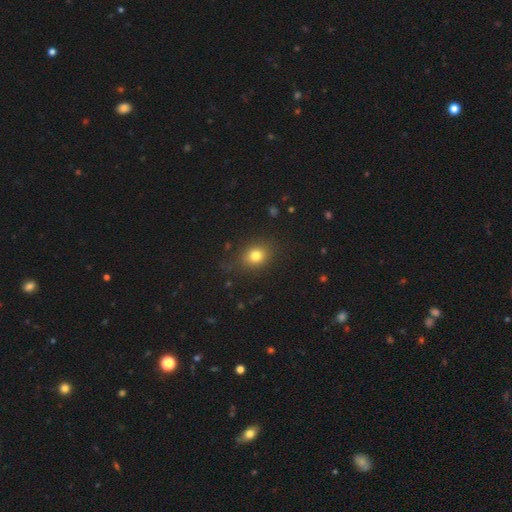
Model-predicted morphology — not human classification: This appears to be a smooth galaxy with no disk features (79%) that is round (62%). Merging: none (83%).